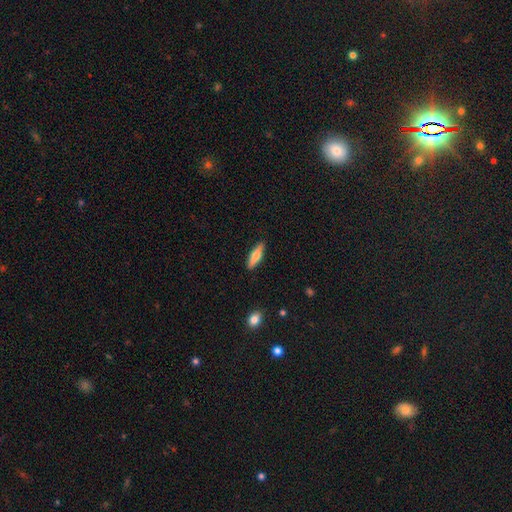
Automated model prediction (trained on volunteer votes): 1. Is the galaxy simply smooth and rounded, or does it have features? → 59% smooth, 35% featured or disk, 6% star or artifact.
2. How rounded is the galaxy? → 62% cigar-shaped, 36% in between, 2% round.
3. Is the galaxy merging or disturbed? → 89% none, 8% minor disturbance, 2% major disturbance, 1% merger.